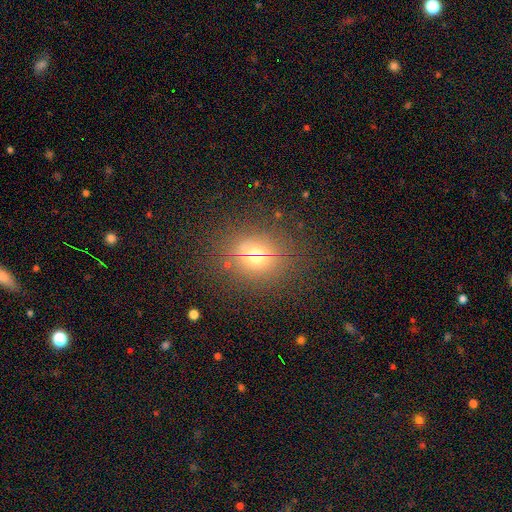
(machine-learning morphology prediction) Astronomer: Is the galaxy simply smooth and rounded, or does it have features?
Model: smooth — 57%.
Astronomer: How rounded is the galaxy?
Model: round — 68%.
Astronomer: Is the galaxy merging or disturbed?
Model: none — 85%.